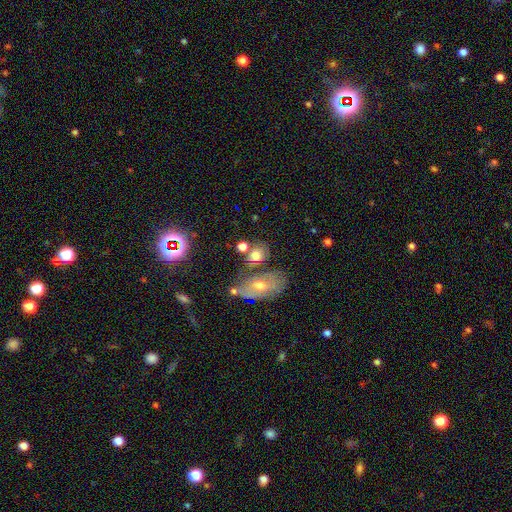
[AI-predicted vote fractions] Overall: smooth (68%). How rounded: in between (49%; round 48%). Merging: none (56%; merger 21%).